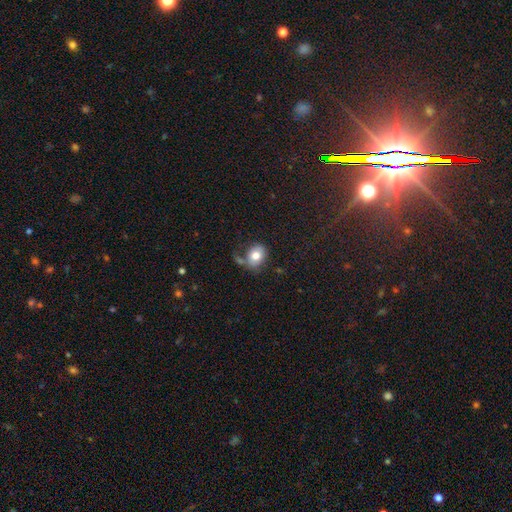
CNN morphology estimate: Smooth or featured? smooth (76%)
How rounded? in between (63%)
Merging? none (51%)